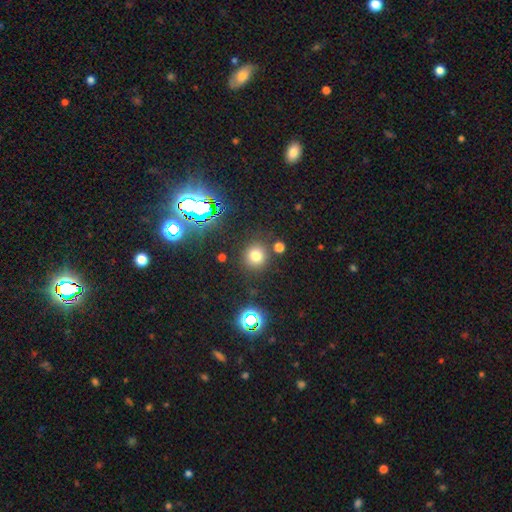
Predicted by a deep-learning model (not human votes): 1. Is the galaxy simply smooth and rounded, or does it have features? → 72% smooth, 22% star or artifact, 6% featured or disk.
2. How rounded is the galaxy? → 91% round, 8% in between, 1% cigar-shaped.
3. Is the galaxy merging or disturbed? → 84% none, 8% minor disturbance, 5% merger, 3% major disturbance.